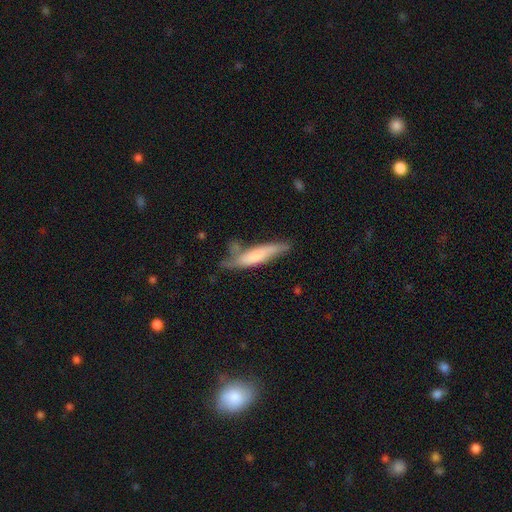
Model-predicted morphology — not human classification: This appears to be a smooth galaxy with no disk features (63%) that is cigar-shaped (81%). Merging: none (50%).